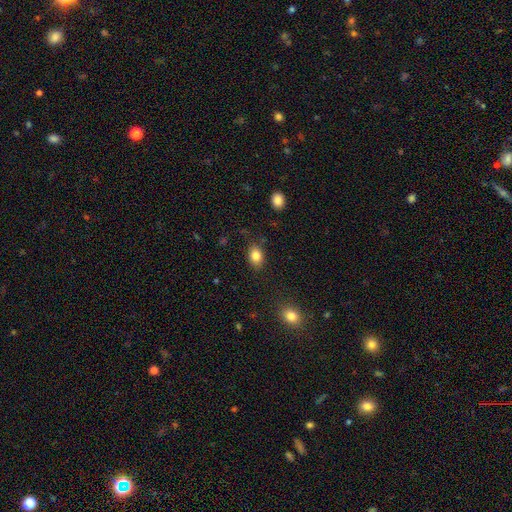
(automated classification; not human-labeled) Smooth or featured? smooth (84%)
How rounded? in between (75%)
Merging? none (81%)